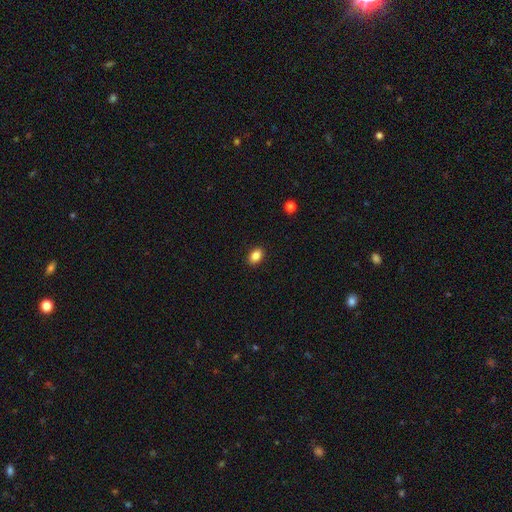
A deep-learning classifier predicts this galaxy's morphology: Q: Smooth or featured?
A: smooth (86%); runner-up: star or artifact (9%)
Q: How rounded?
A: in between (83%); runner-up: round (16%)
Q: Merging?
A: none (90%); runner-up: minor disturbance (7%)